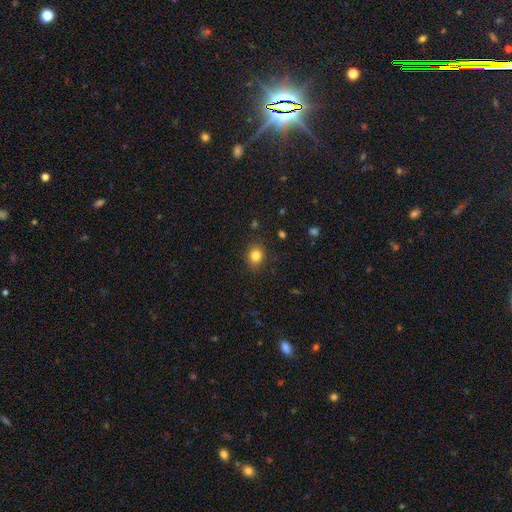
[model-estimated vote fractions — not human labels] The model was most divided on "how rounded": round: 66%, in between: 33%, cigar-shaped: 1%. More confident: merging — none (88%); smooth or featured — smooth (83%).